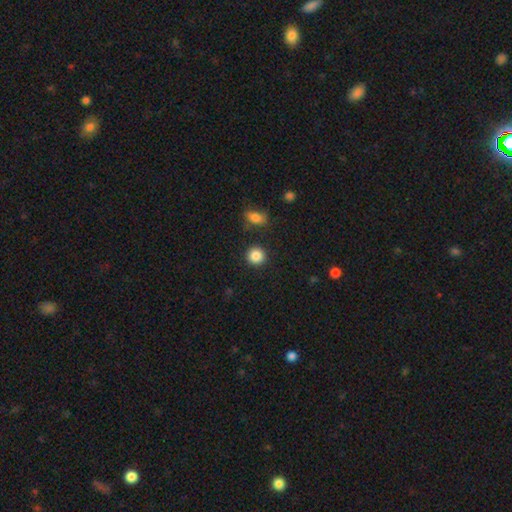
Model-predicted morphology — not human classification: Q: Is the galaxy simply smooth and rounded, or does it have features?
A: smooth — 87%.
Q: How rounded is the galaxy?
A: round — 92%.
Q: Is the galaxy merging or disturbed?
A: none — 89%.